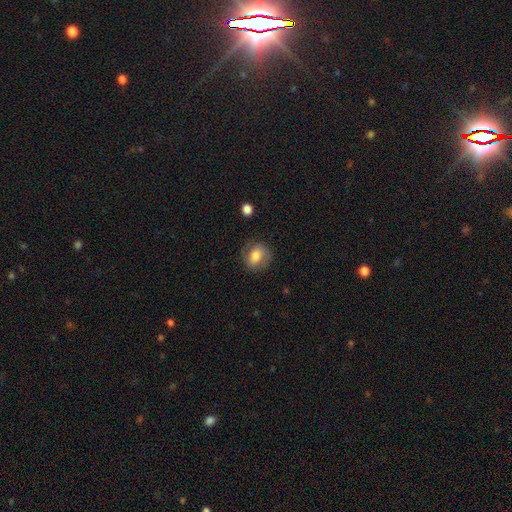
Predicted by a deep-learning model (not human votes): Overall: smooth (68%). How rounded: round (61%; in between 38%). Merging: none (75%).